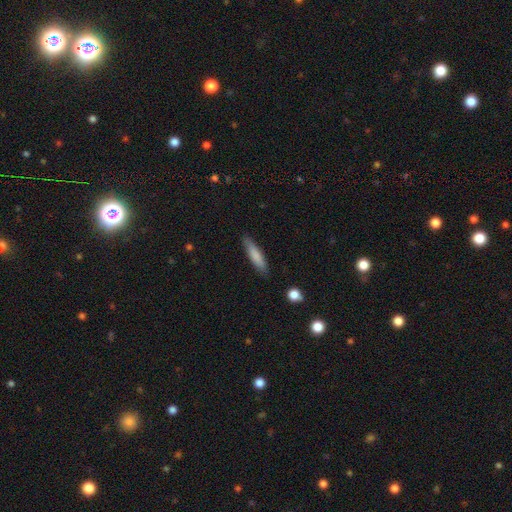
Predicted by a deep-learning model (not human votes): Smooth or featured?
  - smooth: 79% *
  - featured or disk: 15%
  - star or artifact: 6%
How rounded?
  - cigar-shaped: 80% *
  - in between: 19%
  - round: 1%
Merging?
  - none: 84% *
  - minor disturbance: 12%
  - major disturbance: 2%
  - merger: 1%